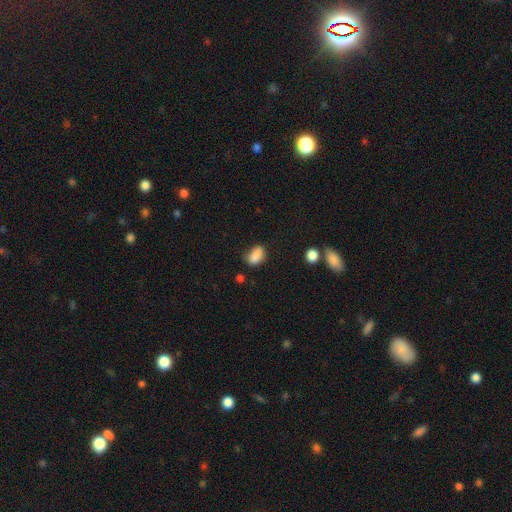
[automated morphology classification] Smooth or featured? Predicted: smooth (p=0.85). How rounded? Predicted: in between (p=0.86). Merging? Predicted: none (p=0.59).